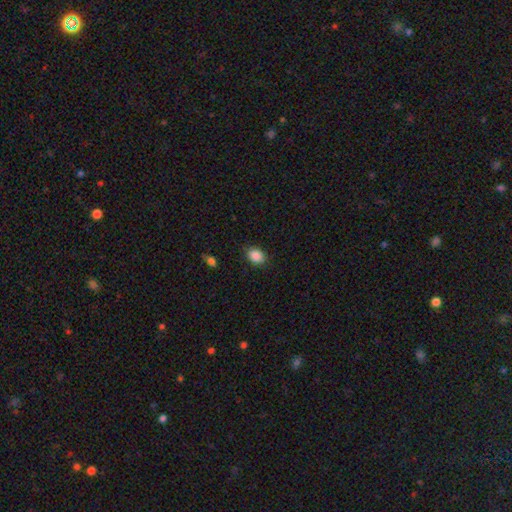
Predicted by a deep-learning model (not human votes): Morphology: type=smooth (88%); roundness=in between (68%); merging=none (85%).